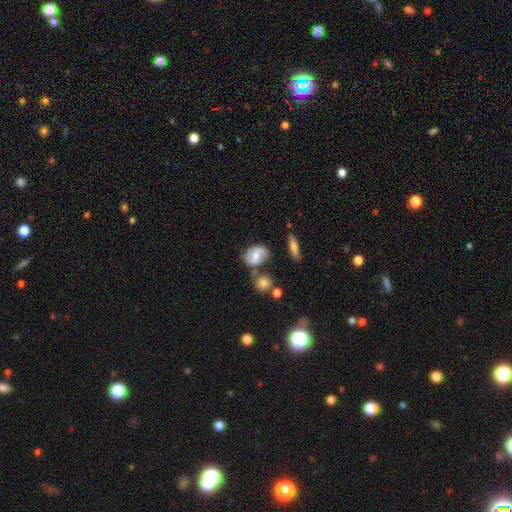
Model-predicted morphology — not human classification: smooth-or-featured: smooth: 46% (tied) | featured or disk: 46% (tied) | star or artifact: 9%
  merging: none: 63% | minor disturbance: 19% | merger: 12% | major disturbance: 6%